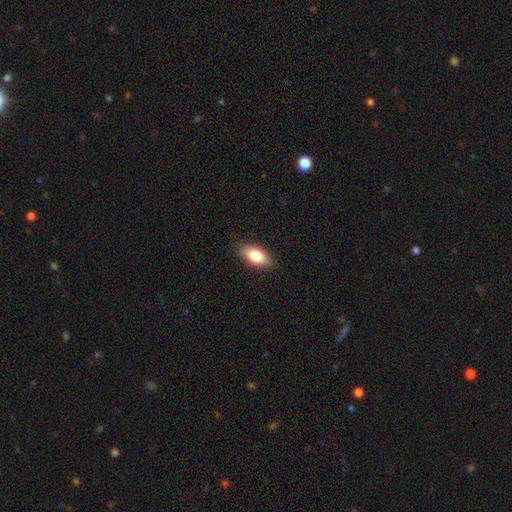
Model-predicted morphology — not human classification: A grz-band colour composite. It shows a smooth galaxy with no disk features (82%) that is in between round and cigar-shaped (90%). Merging: none (87%).